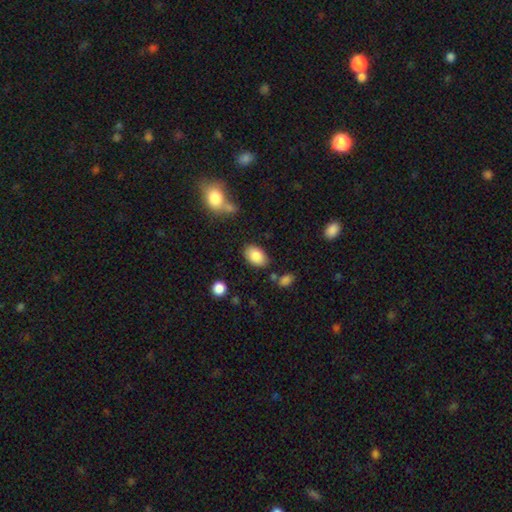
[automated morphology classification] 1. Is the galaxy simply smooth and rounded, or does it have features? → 86% smooth, 7% star or artifact, 7% featured or disk.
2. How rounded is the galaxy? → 90% in between, 9% round, 1% cigar-shaped.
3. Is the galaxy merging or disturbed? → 80% none, 12% minor disturbance, 4% merger, 3% major disturbance.